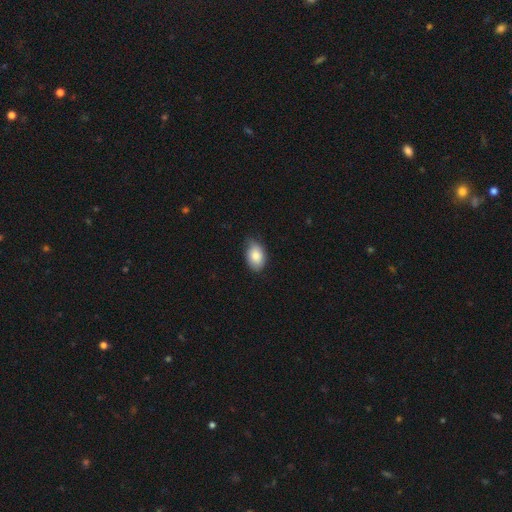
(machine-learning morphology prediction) A smooth galaxy with no disk features (83%) that is in between round and cigar-shaped (86%). Merging: none (68%).